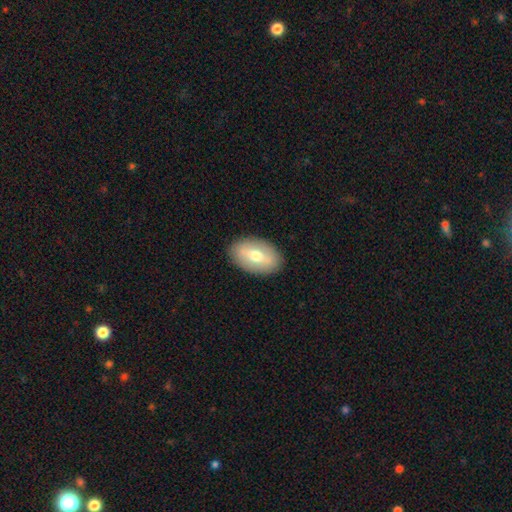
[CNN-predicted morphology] smooth-or-featured: smooth: 57% | featured or disk: 36% | star or artifact: 6%
  how-rounded: in between: 90% | round: 8% | cigar-shaped: 2%
  merging: none: 88% | minor disturbance: 9% | major disturbance: 2% | merger: 1%